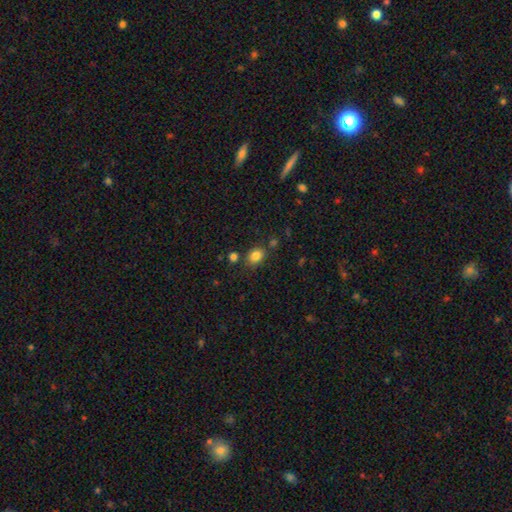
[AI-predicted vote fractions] This appears to be a smooth galaxy with no disk features (83%) that is in between round and cigar-shaped (61%). Merging: none (77%).